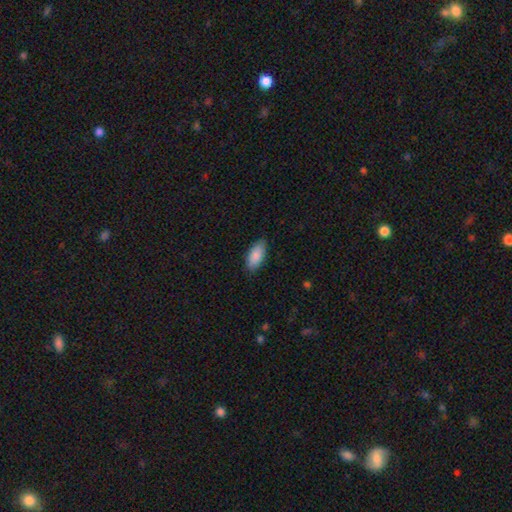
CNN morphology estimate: type=smooth (88%); roundness=in between (90%); merging=none (85%).